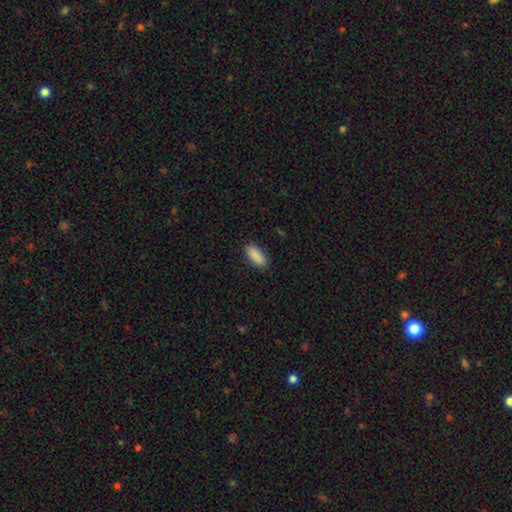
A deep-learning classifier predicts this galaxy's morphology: Smooth or featured? Predicted: smooth (p=0.89). How rounded? Predicted: in between (p=0.75). Merging? Predicted: none (p=0.87).